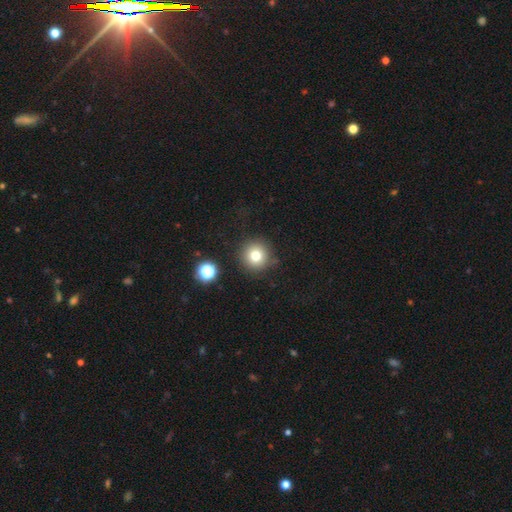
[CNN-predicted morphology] Smooth or featured?
  - smooth: 76% *
  - star or artifact: 15%
  - featured or disk: 10%
How rounded?
  - round: 95% *
  - in between: 4%
  - cigar-shaped: 1%
Merging?
  - none: 85% *
  - minor disturbance: 8%
  - major disturbance: 3%
  - merger: 3%